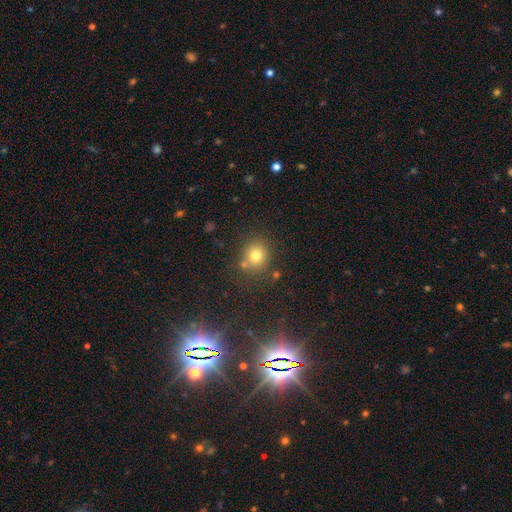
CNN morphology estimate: Q: Smooth or featured?
A: smooth (76%); runner-up: star or artifact (16%)
Q: How rounded?
A: round (81%); runner-up: in between (18%)
Q: Merging?
A: none (75%); runner-up: minor disturbance (11%)